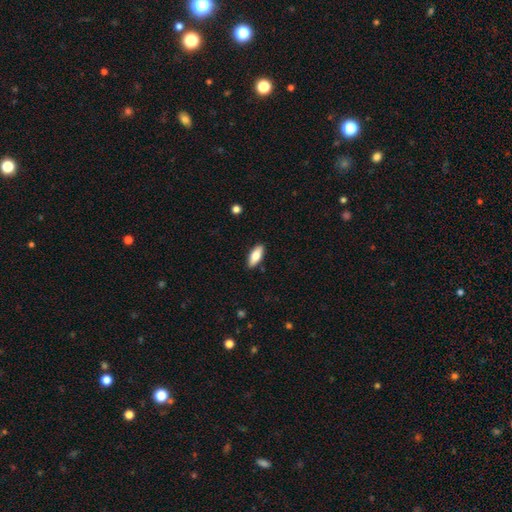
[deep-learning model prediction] A smooth galaxy with no disk features (78%) that is in between round and cigar-shaped (76%). Merging: none (88%).